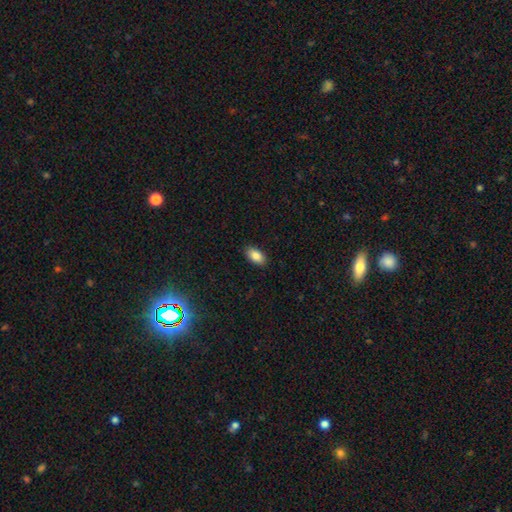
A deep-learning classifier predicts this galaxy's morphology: This appears to be a smooth galaxy with no disk features (86%) that is in between round and cigar-shaped (93%). Merging: none (89%).